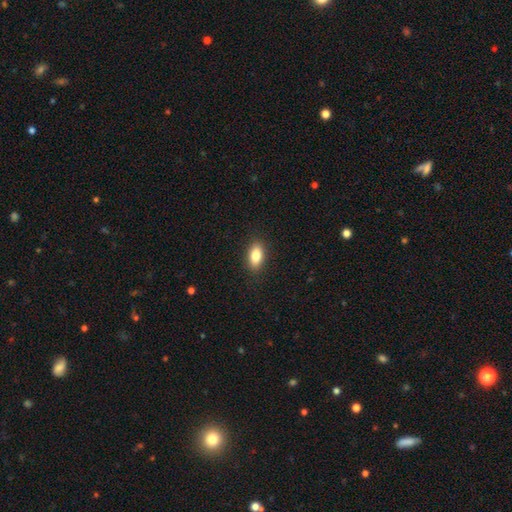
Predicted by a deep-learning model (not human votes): Smooth or featured? smooth (84%)
How rounded? in between (89%)
Merging? none (89%)